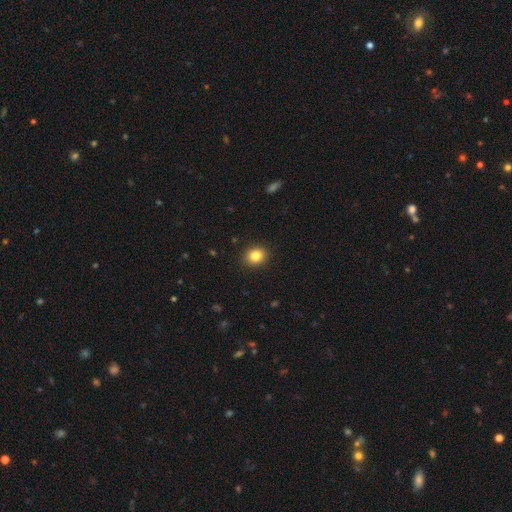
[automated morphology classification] type=smooth (84%); roundness=round (66%); merging=none (91%).